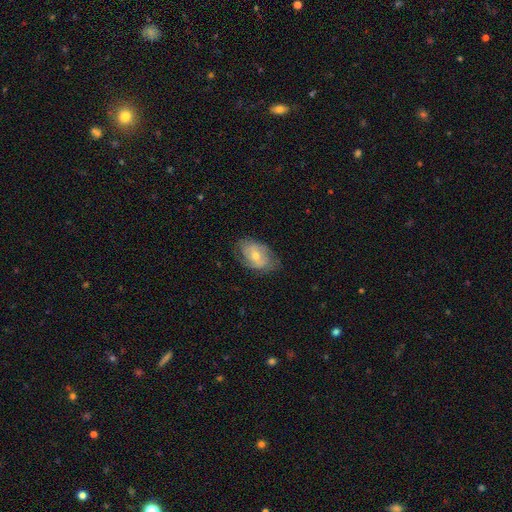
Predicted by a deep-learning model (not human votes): This is possibly a featured or disk galaxy (59%). It is clearly not viewed edge-on (94%). Bar: possibly no (59%). Spiral arm pattern: likely yes (72%). Central bulge: possibly moderate (55%). Merging: likely none (71%).